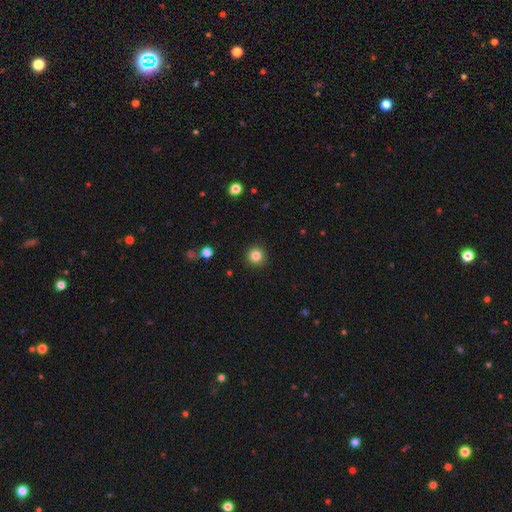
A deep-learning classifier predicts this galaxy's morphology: Smooth or featured? smooth (84%)
How rounded? round (95%)
Merging? none (92%)